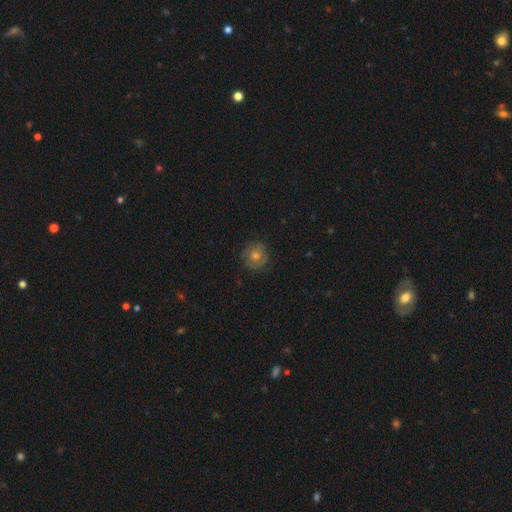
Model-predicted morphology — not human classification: smooth-or-featured: smooth: 50% | featured or disk: 34% | star or artifact: 15%
  how-rounded: round: 91% | in between: 8% | cigar-shaped: 1%
  merging: none: 85% | minor disturbance: 11% | major disturbance: 3% | merger: 1%